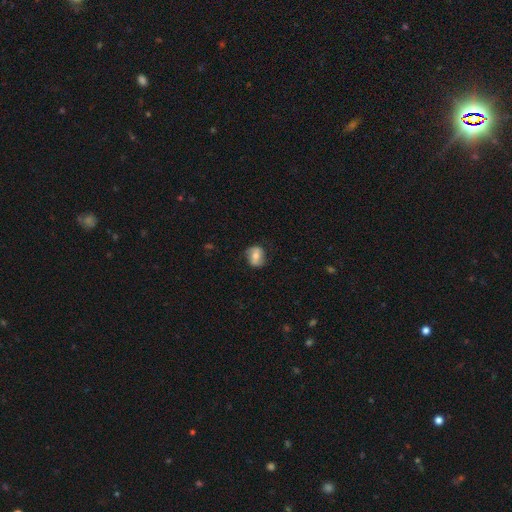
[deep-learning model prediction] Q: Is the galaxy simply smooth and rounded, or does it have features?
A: smooth — 56%.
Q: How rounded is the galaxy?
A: round — 54%.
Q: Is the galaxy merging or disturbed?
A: none — 76%.